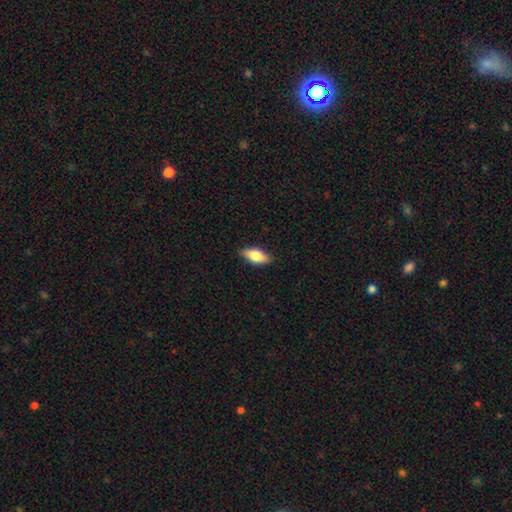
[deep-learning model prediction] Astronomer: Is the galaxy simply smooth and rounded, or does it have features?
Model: smooth — 74%.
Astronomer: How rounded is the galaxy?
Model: in between — 82%.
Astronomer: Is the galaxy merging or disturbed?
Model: none — 86%.